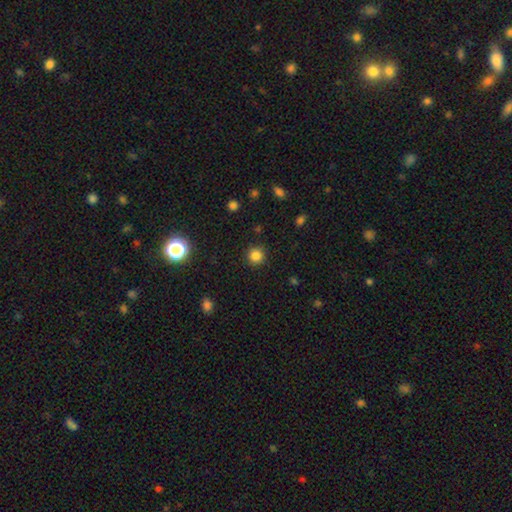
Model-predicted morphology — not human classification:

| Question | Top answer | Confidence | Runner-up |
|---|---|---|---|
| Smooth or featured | smooth | 82% | star or artifact (13%) |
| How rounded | round | 94% | in between (5%) |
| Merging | none | 91% | minor disturbance (6%) |